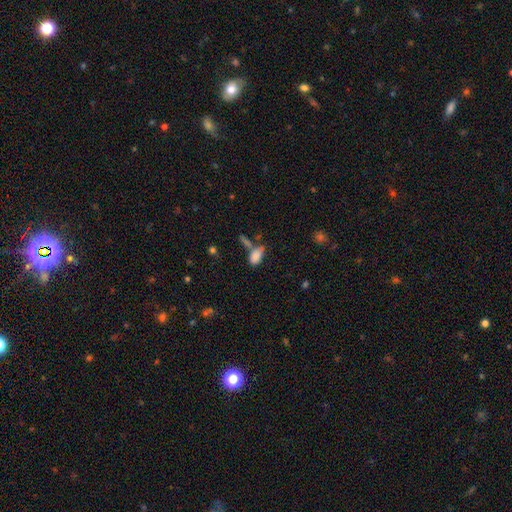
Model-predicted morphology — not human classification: This appears to be a smooth galaxy with no disk features (83%) that is in between round and cigar-shaped (91%). Merging: none (43%).